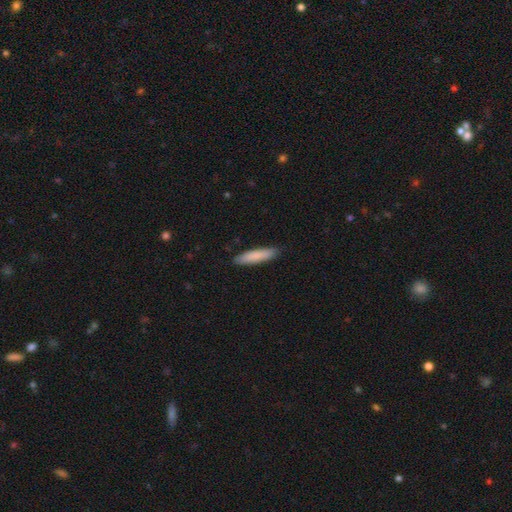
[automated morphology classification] smooth 86%, featured or disk 9%, star or artifact 5%. Down the decision tree: how rounded — cigar-shaped (81%); merging — none (89%).